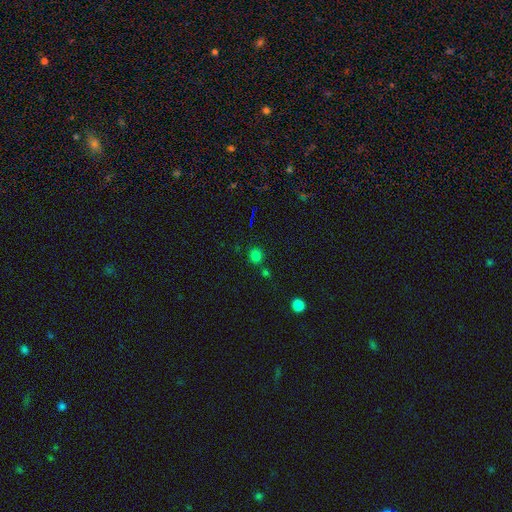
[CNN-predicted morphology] The model was most divided on "smooth or featured": smooth: 74%, star or artifact: 22%, featured or disk: 5%. More confident: how rounded — round (84%); merging — none (78%).